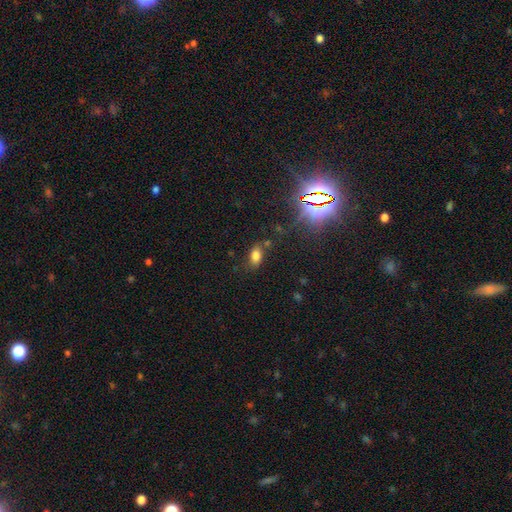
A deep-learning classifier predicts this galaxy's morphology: A smooth galaxy with no disk features (74%) that is in between round and cigar-shaped (87%).

Vote fractions:
- Smooth or featured? smooth: 74% / star or artifact: 16% / featured or disk: 9%
- How rounded? in between: 87% / round: 10% / cigar-shaped: 4%
- Merging? none: 73% / minor disturbance: 16% / merger: 6% / major disturbance: 5%